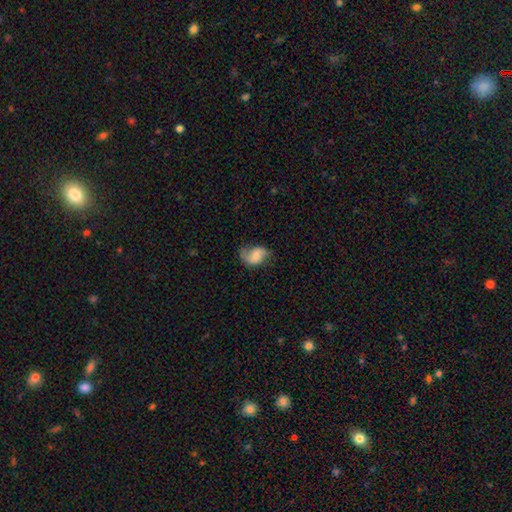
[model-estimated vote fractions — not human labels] Smooth or featured?
  - featured or disk: 51% *
  - smooth: 41%
  - star or artifact: 8%
Edge-on disk?
  - no: 97% *
  - yes: 3%
Merging?
  - none: 54% *
  - minor disturbance: 28%
  - major disturbance: 17%
  - merger: 2%